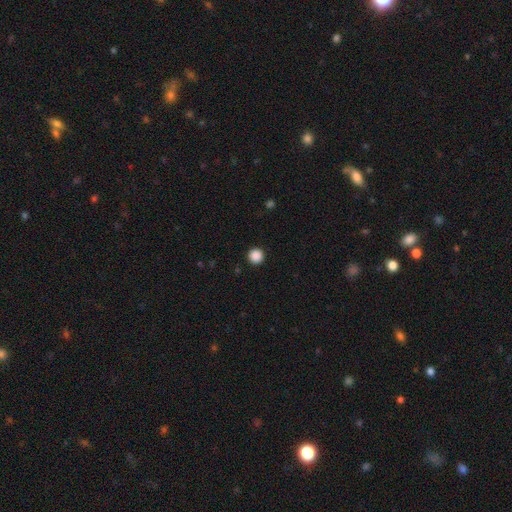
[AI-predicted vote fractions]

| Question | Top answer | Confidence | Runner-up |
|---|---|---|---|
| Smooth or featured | smooth | 88% | star or artifact (10%) |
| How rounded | round | 96% | in between (3%) |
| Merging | none | 93% | minor disturbance (4%) |